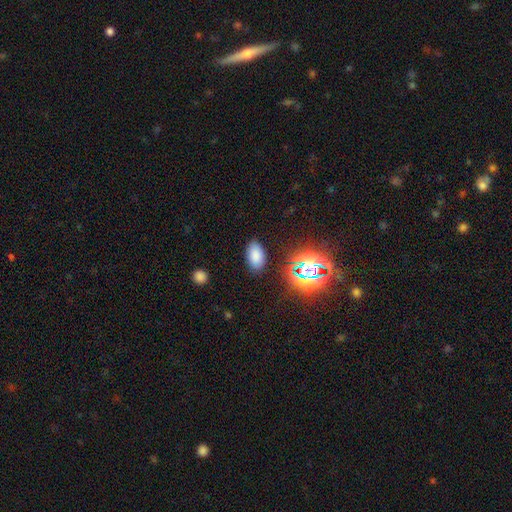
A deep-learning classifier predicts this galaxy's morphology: A smooth galaxy with no disk features (76%) that is in between round and cigar-shaped (93%). Merging: none (86%).